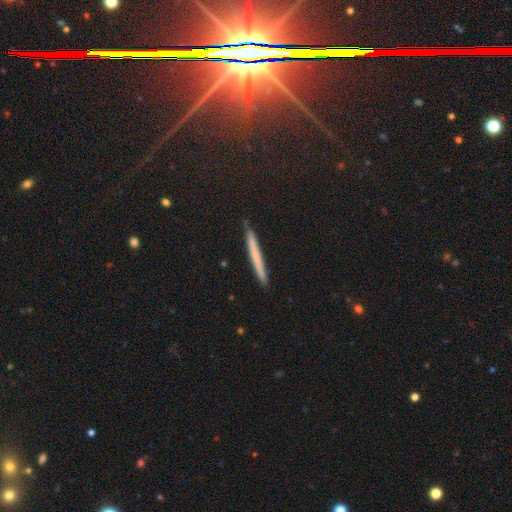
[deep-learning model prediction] A smooth galaxy with no disk features (56%) that is cigar-shaped (97%). Merging: none (90%).